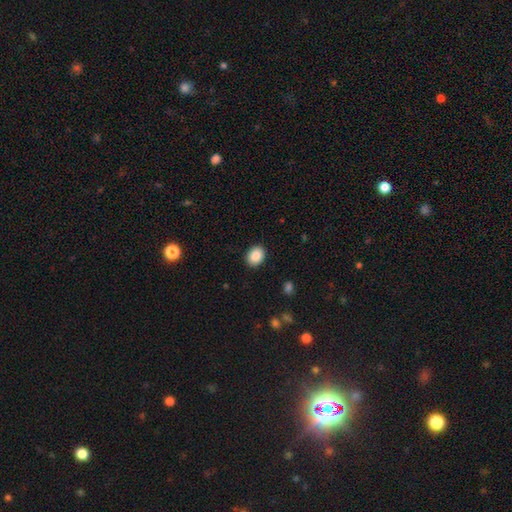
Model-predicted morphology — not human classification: smooth 88%, star or artifact 8%, featured or disk 4%. Down the decision tree: how rounded — in between (59%); merging — none (90%).